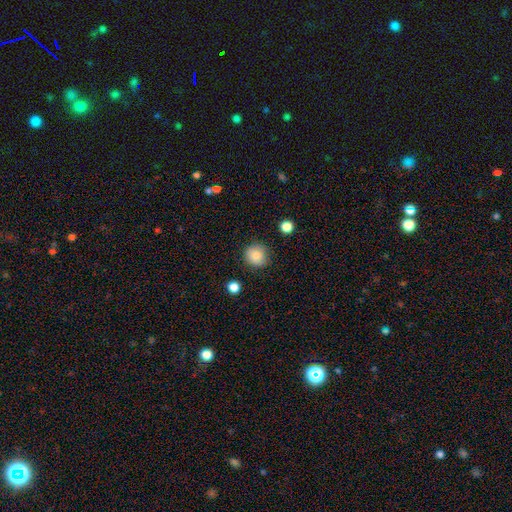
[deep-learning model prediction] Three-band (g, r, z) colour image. It shows a smooth galaxy with no disk features (85%) that is round (91%). Merging: none (84%).